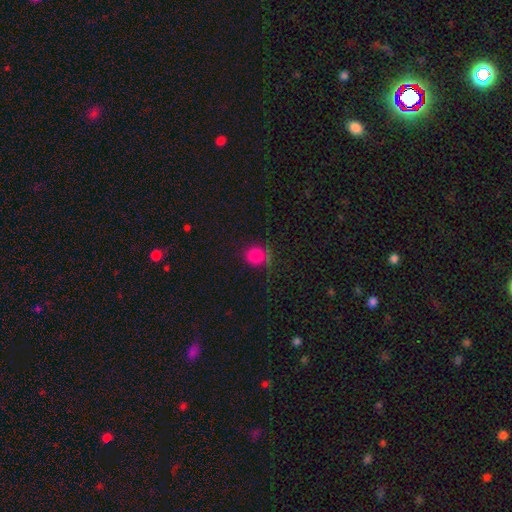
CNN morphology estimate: Smooth or featured?
  - smooth: 80% *
  - star or artifact: 13%
  - featured or disk: 7%
How rounded?
  - round: 89% *
  - in between: 10%
  - cigar-shaped: 1%
Merging?
  - none: 68% *
  - minor disturbance: 19%
  - major disturbance: 10%
  - merger: 3%